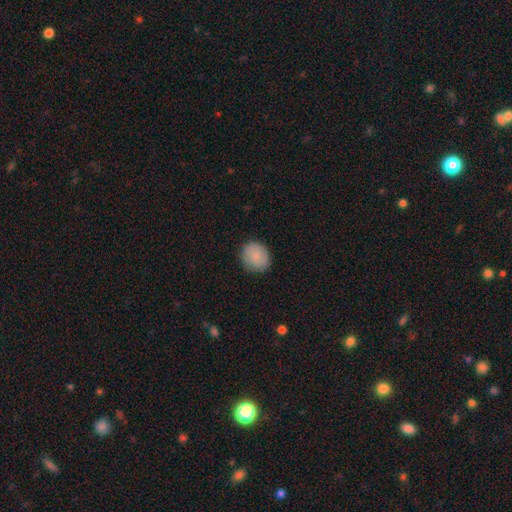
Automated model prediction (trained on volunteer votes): A smooth galaxy with no disk features (85%) that is round (71%). Merging: none (85%).